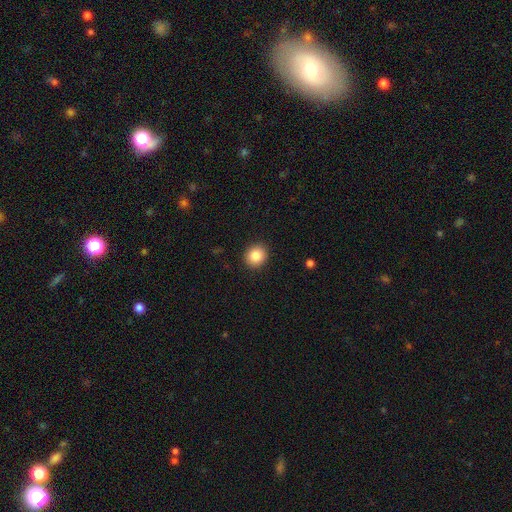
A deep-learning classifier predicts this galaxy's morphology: This appears to be a smooth galaxy with no disk features (84%) that is round (82%). Merging: none (91%).